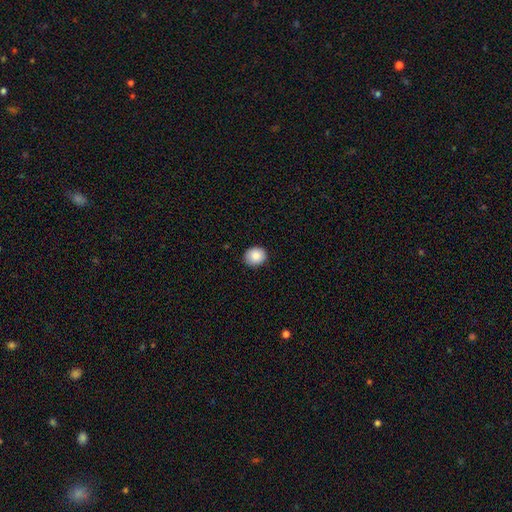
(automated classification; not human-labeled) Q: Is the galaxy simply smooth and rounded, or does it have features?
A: smooth — 88%.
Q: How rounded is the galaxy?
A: round — 73%.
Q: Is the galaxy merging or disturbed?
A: none — 87%.